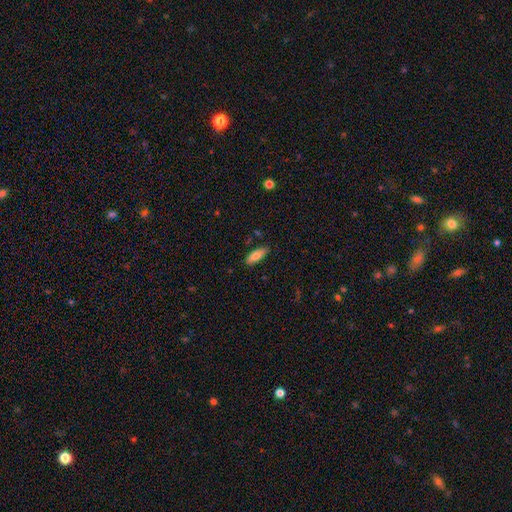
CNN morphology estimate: Smooth or featured? smooth (77%)
How rounded? in between (65%)
Merging? none (81%)